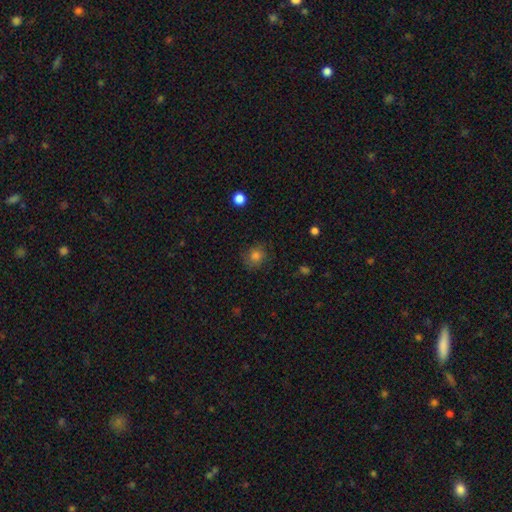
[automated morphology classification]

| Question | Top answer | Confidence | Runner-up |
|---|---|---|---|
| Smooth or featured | smooth | 76% | star or artifact (14%) |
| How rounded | round | 80% | in between (19%) |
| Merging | none | 78% | minor disturbance (15%) |